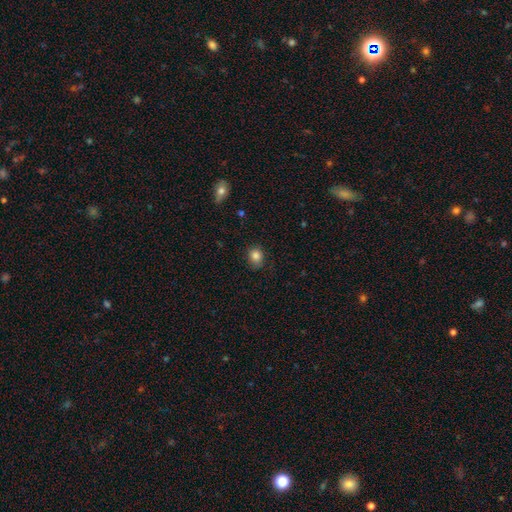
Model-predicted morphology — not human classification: type=smooth (85%); roundness=round (65%); merging=none (79%).